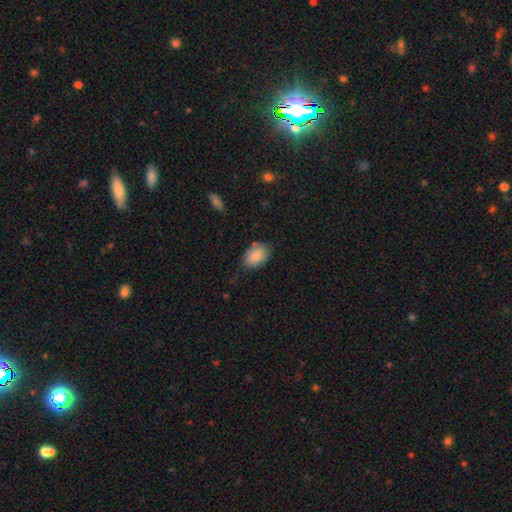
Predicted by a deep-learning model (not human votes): This appears to be a smooth galaxy with no disk features (85%) that is in between round and cigar-shaped (85%). Merging: none (68%).